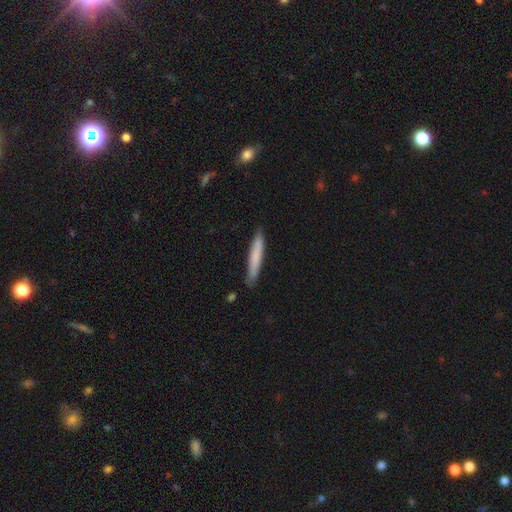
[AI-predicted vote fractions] This is likely a smooth galaxy (74%). How rounded: clearly cigar-shaped (95%). Merging: clearly none (87%).